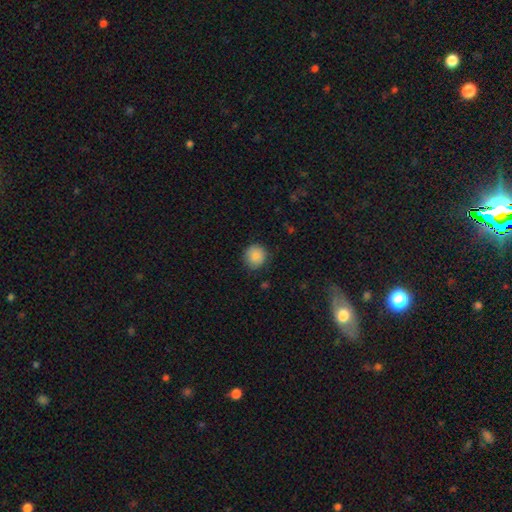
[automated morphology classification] smooth 87%, star or artifact 8%, featured or disk 5%. Down the decision tree: how rounded — round (90%); merging — none (81%).